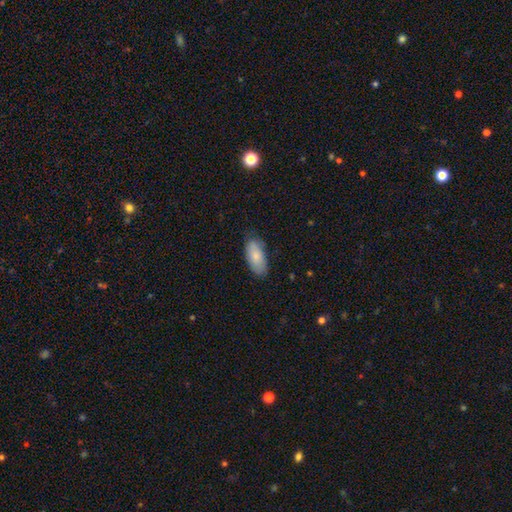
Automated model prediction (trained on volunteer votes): This appears to be a smooth galaxy with no disk features (82%) that is in between round and cigar-shaped (91%). Merging: none (75%).